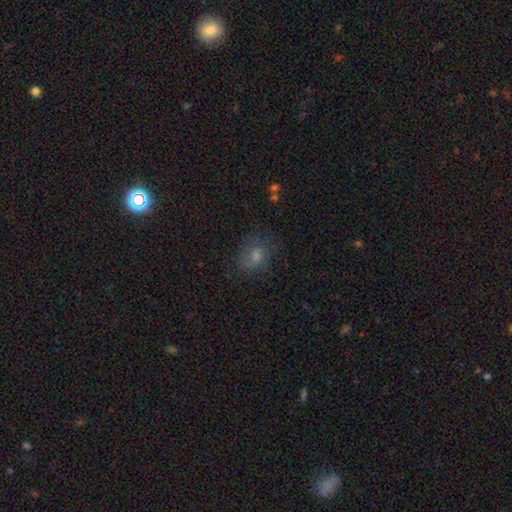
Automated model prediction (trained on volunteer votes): Smooth or featured?
  - smooth: 46% *
  - featured or disk: 27%
  - star or artifact: 26%
Merging?
  - none: 71% *
  - minor disturbance: 18%
  - major disturbance: 9%
  - merger: 2%